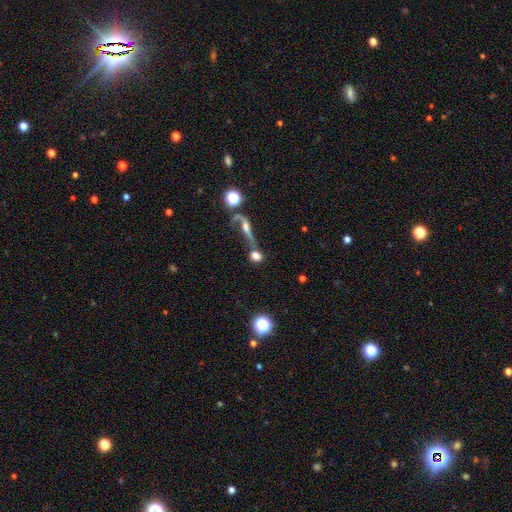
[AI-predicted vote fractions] Smooth or featured? smooth (61%)
How rounded? round (57%)
Merging? none (40%)